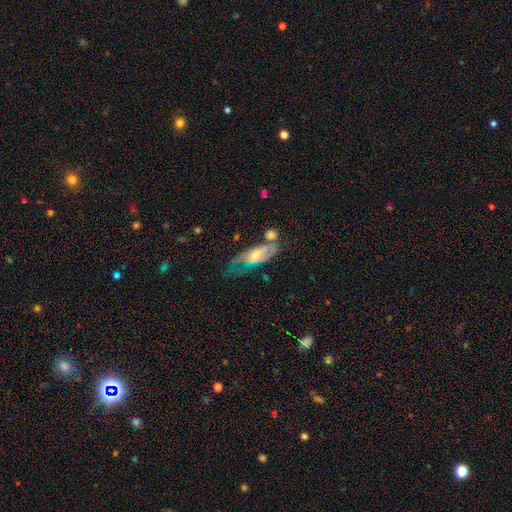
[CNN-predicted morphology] Smooth or featured? featured or disk (62%)
Edge-on disk? no (79%)
Merging? none (34%)